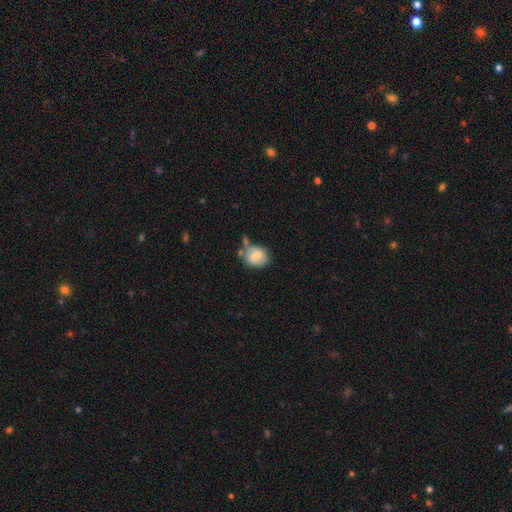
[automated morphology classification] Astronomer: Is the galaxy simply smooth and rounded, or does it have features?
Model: smooth — 73%.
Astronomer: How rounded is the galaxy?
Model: round — 62% (runner-up: in between, 37%).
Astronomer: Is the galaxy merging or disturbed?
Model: none — 48% (runner-up: minor disturbance, 24%).